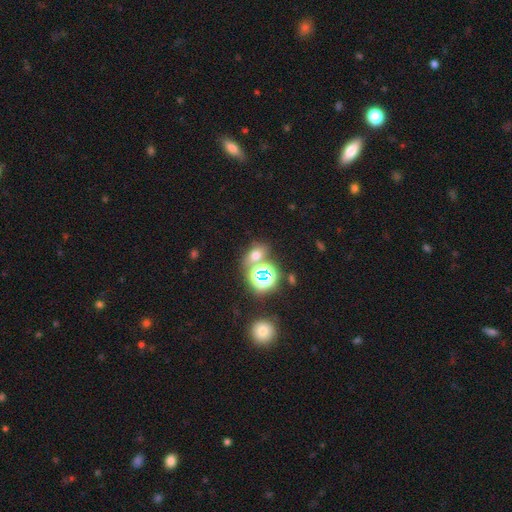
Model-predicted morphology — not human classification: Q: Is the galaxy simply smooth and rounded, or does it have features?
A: smooth — 55%.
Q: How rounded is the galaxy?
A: in between — 59%.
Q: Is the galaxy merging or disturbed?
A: none — 64%.